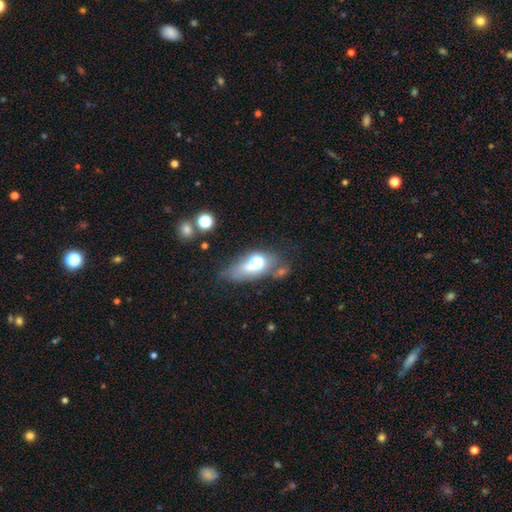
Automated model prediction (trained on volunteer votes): Smooth or featured: smooth — 55% (featured or disk — 28%)
How rounded: in between — 74% (cigar-shaped — 13%)
Merging: none — 40% (minor disturbance — 22%)